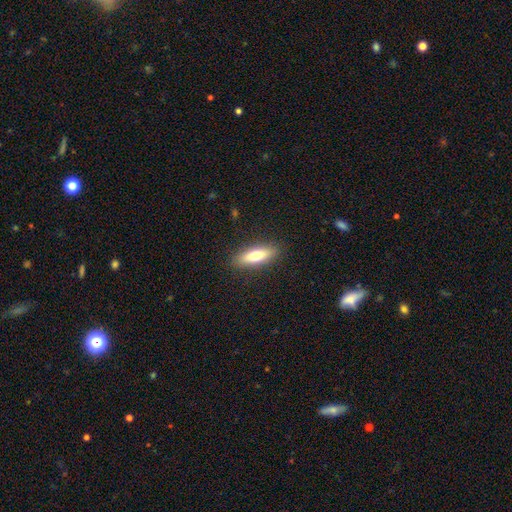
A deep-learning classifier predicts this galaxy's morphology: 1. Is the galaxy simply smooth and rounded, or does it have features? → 71% smooth, 23% featured or disk, 6% star or artifact.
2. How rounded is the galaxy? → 53% cigar-shaped, 45% in between, 2% round.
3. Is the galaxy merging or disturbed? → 89% none, 8% minor disturbance, 2% major disturbance, 1% merger.